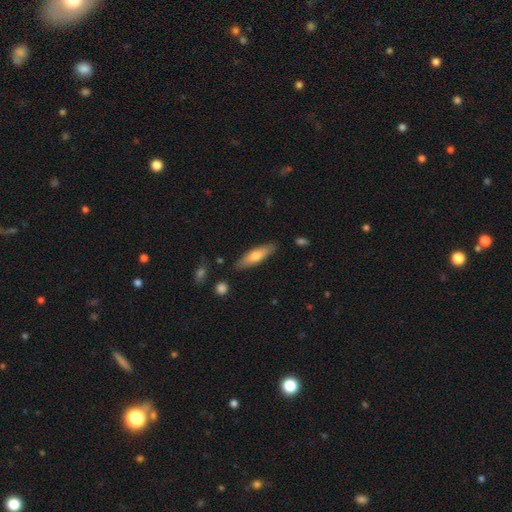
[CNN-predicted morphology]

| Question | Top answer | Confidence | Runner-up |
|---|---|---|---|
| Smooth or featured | smooth | 66% | featured or disk (28%) |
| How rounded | cigar-shaped | 59% | in between (40%) |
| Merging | none | 86% | minor disturbance (11%) |